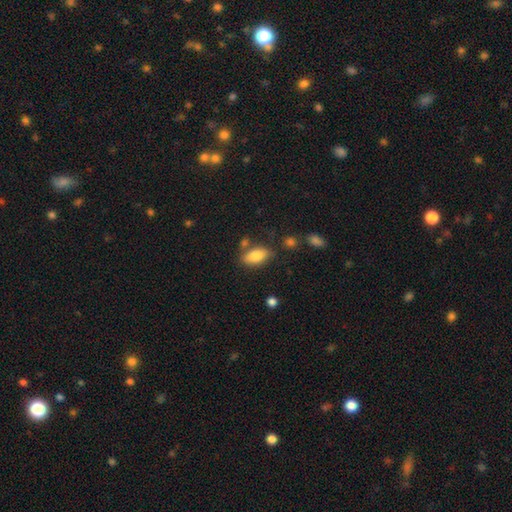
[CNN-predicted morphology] Smooth or featured?
  - smooth: 84% *
  - featured or disk: 9%
  - star or artifact: 7%
How rounded?
  - in between: 89% *
  - cigar-shaped: 7%
  - round: 4%
Merging?
  - none: 72% *
  - minor disturbance: 16%
  - merger: 8%
  - major disturbance: 4%